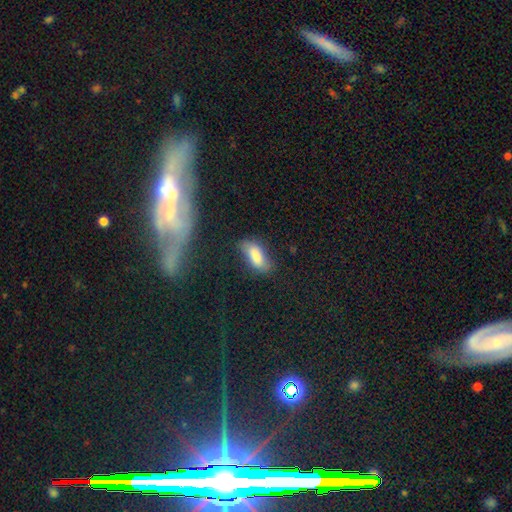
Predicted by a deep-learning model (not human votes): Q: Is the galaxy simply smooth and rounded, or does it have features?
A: smooth — 74%.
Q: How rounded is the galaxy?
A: in between — 82%.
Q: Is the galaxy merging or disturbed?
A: none — 59%.